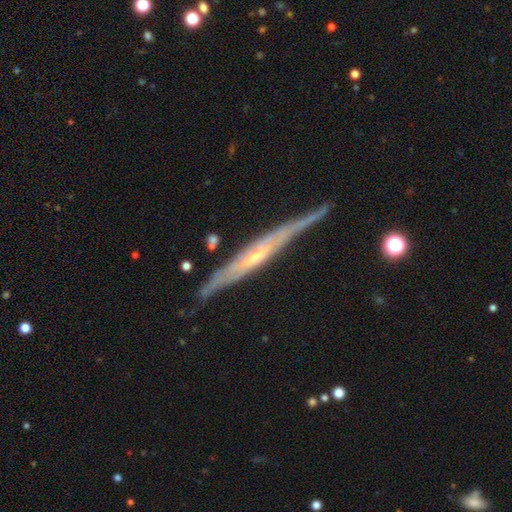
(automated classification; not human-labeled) featured or disk 77%, smooth 17%, star or artifact 6%. Down the decision tree: edge-on disk — yes (91%); edge-on bulge — none (52%); merging — none (72%).